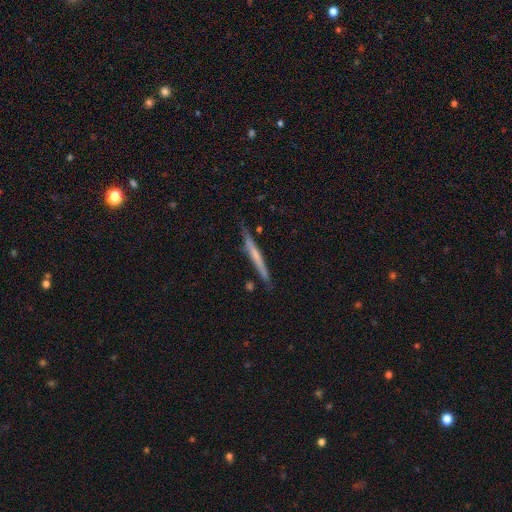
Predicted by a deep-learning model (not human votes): Overall: featured or disk (54%; smooth 40%). Edge-on disk: yes (96%). Edge-on bulge: none (71%). Merging: none (83%).